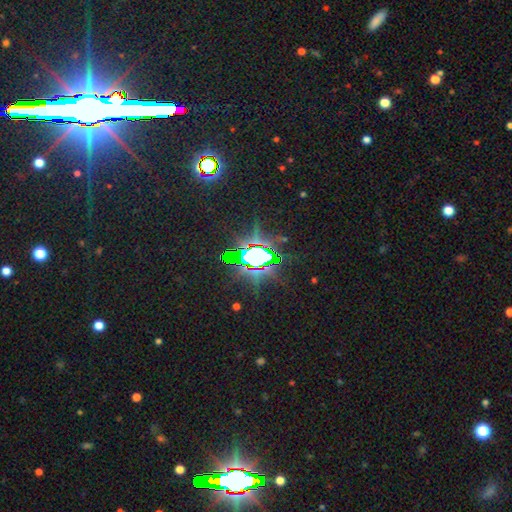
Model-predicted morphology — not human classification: Q: Smooth or featured?
A: star or artifact (79%); runner-up: smooth (11%)